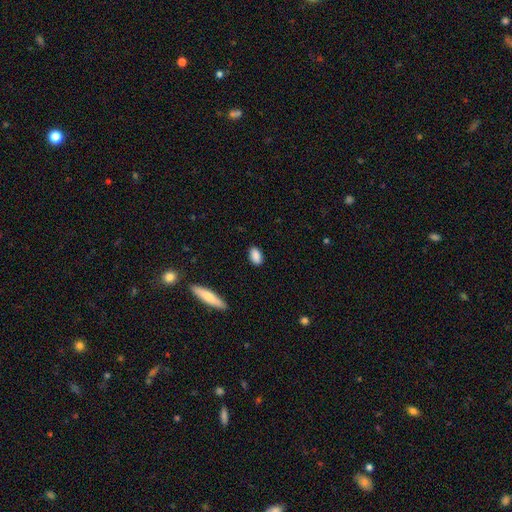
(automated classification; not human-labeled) Smooth or featured? smooth (88%)
How rounded? in between (89%)
Merging? none (87%)